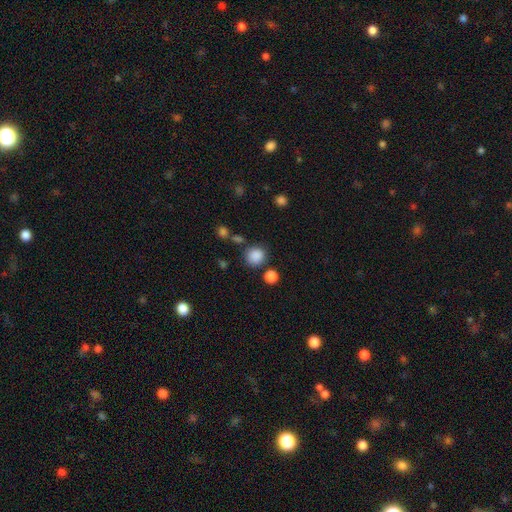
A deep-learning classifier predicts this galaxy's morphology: This appears to be a smooth galaxy with no disk features (86%) that is round (87%). Merging: none (80%).